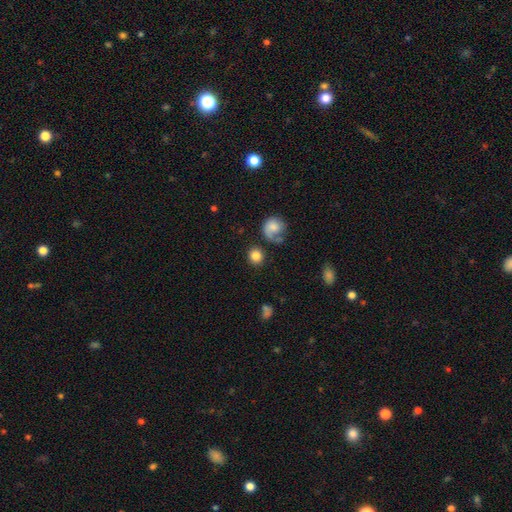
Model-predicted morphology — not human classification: This is clearly a smooth galaxy (81%). How rounded: clearly round (88%). Merging: likely none (76%).